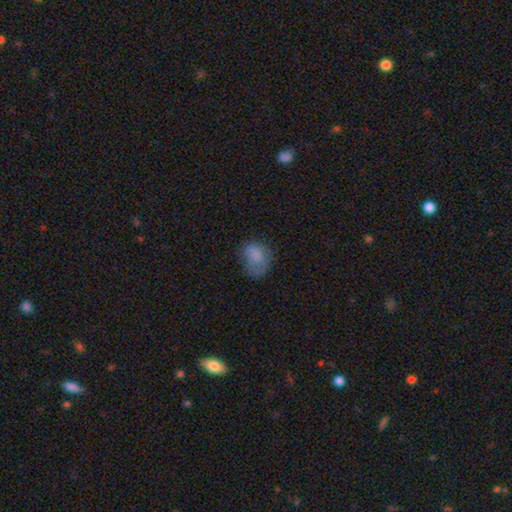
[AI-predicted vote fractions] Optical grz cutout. It shows a smooth galaxy with no disk features (76%) that is in between round and cigar-shaped (63%). Merging: none (48%).